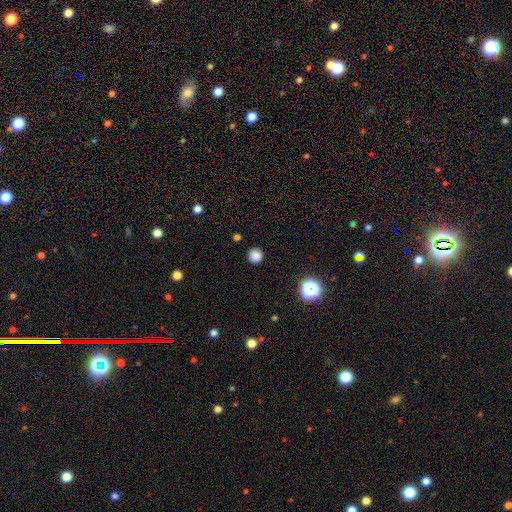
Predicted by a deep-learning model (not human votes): Smooth or featured? smooth (83%)
How rounded? round (96%)
Merging? none (92%)